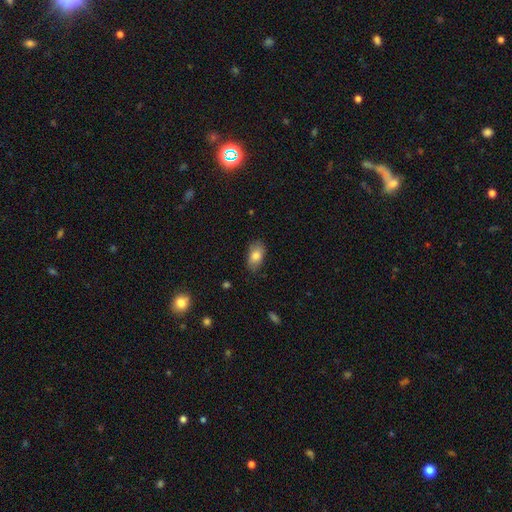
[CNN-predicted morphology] A smooth galaxy with no disk features (81%) that is in between round and cigar-shaped (92%). Merging: none (80%).